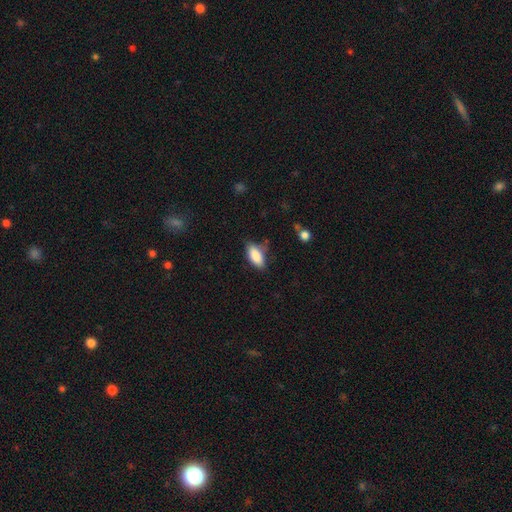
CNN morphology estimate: smooth-or-featured: smooth: 85% | featured or disk: 9% | star or artifact: 7%
  how-rounded: in between: 87% | cigar-shaped: 10% | round: 3%
  merging: none: 70% | minor disturbance: 22% | major disturbance: 5% | merger: 3%